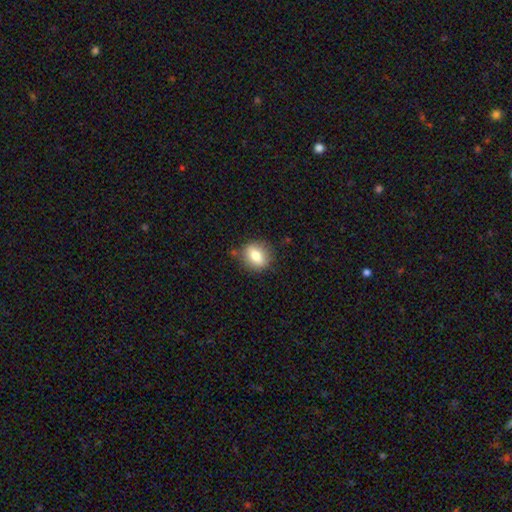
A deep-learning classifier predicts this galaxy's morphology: Smooth or featured? smooth (75%)
How rounded? round (55%)
Merging? none (84%)